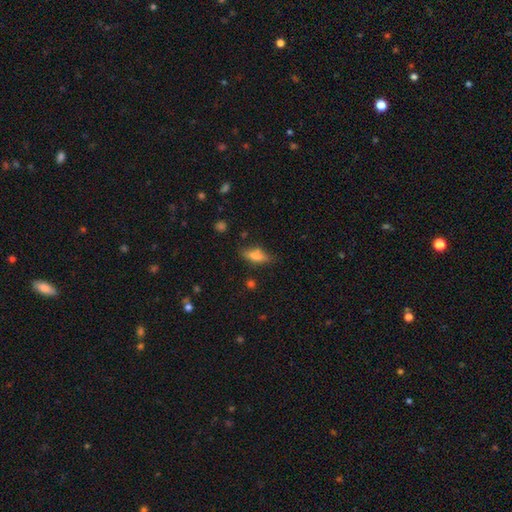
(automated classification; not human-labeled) A smooth galaxy with no disk features (64%) that is in between round and cigar-shaped (58%).

Vote fractions:
- Smooth or featured? smooth: 64% / featured or disk: 26% / star or artifact: 9%
- How rounded? in between: 58% / cigar-shaped: 39% / round: 3%
- Merging? none: 75% / minor disturbance: 17% / major disturbance: 4% / merger: 4%